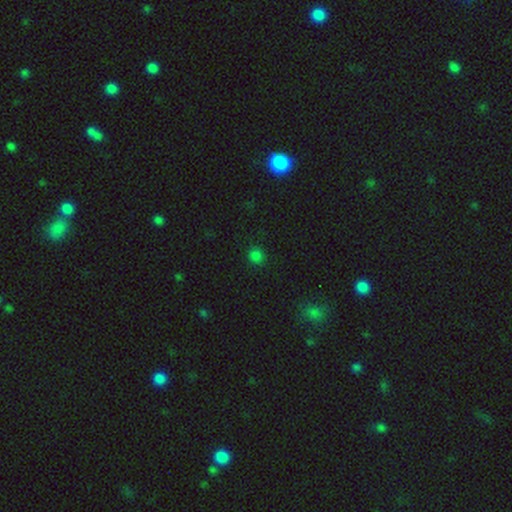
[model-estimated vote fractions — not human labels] Morphology: type=smooth (78%); roundness=round (86%); merging=none (88%).